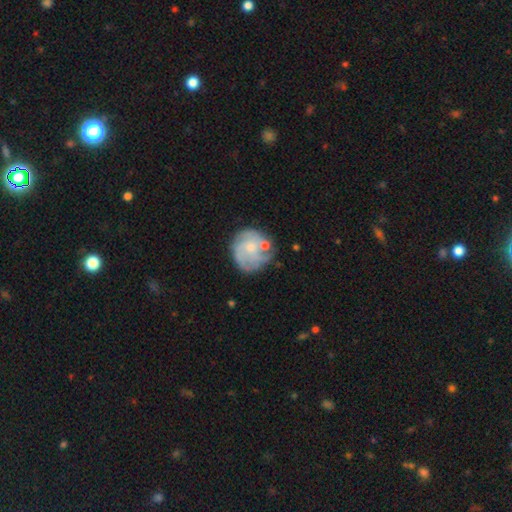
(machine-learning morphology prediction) Overall: featured or disk (66%; smooth 28%). Edge-on disk: no (98%). Bar: no (77%). Spiral arms: yes (80%). Spiral arm count: can't tell (33%; 3 28%). Spiral winding: tight (49%; medium 36%). Bulge size: small (57%; moderate 33%). Merging: none (62%).